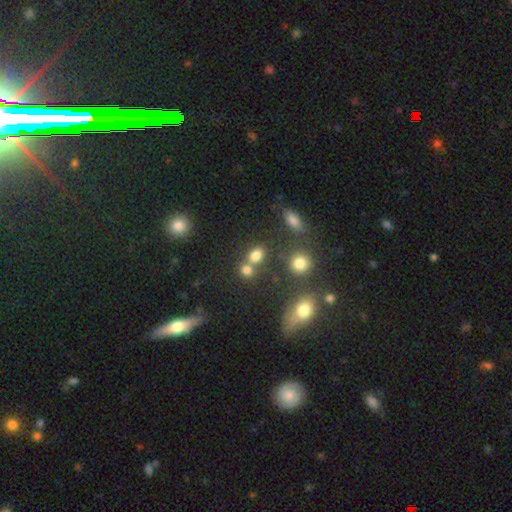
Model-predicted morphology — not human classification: smooth_or_featured: smooth (p=0.74) [alt: star or artifact p=0.17]
how_rounded: in between (p=0.55) [alt: round p=0.43]
merging: none (p=0.49) [alt: merger p=0.36]